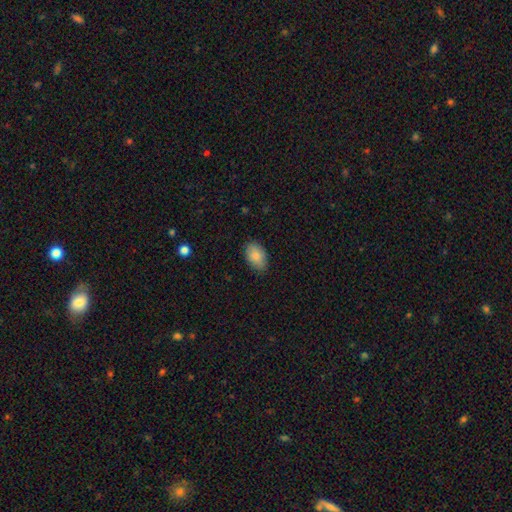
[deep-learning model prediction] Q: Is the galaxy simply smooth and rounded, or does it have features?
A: smooth — 85%.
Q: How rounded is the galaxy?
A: in between — 90%.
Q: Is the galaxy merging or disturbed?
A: none — 83%.